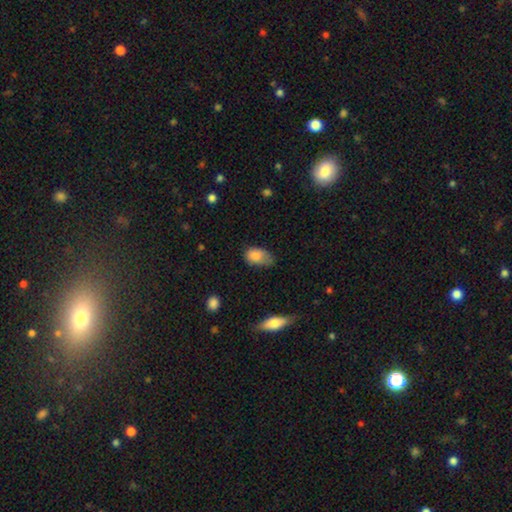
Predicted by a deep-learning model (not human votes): Morphology: type=smooth (81%); roundness=in between (88%); merging=minor disturbance (43%).